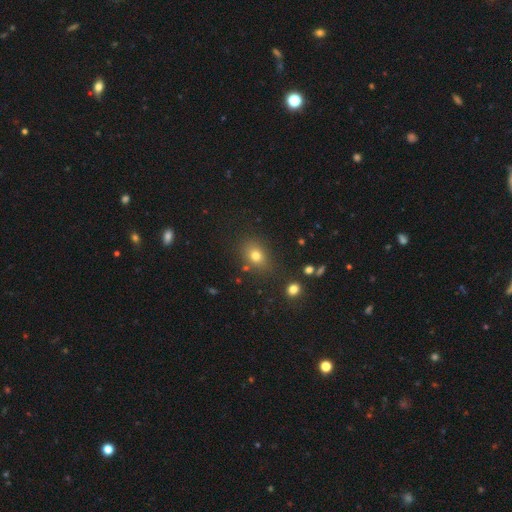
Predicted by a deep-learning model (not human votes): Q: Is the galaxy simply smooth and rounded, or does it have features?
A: smooth — 76%.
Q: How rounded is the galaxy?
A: in between — 60%.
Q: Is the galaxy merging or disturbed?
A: none — 78%.